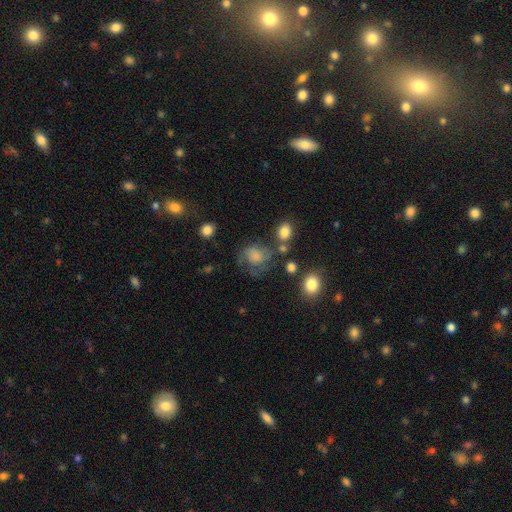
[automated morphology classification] Smooth or featured?
  - smooth: 56% *
  - featured or disk: 32%
  - star or artifact: 12%
How rounded?
  - round: 61% *
  - in between: 38%
  - cigar-shaped: 1%
Merging?
  - none: 44% *
  - major disturbance: 26%
  - minor disturbance: 24%
  - merger: 6%